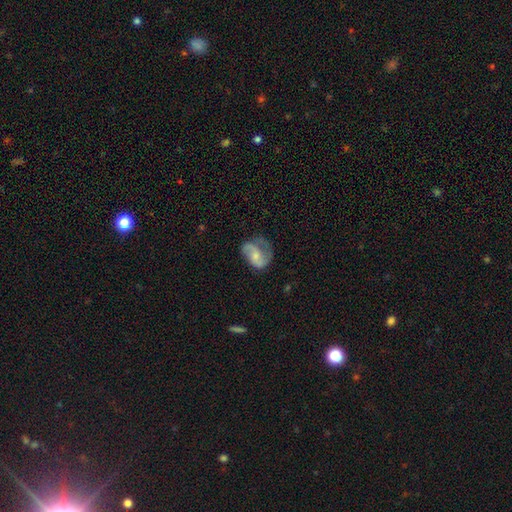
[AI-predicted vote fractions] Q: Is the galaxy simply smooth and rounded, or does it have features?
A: featured or disk — 64%.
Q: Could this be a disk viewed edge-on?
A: no — 97%.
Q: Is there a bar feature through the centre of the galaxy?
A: no — 56%.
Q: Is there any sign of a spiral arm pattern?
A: yes — 86%.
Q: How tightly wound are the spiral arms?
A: loose — 43%.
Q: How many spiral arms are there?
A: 2 — 76%.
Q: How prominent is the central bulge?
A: small — 41%.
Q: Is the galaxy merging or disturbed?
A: none — 44%.